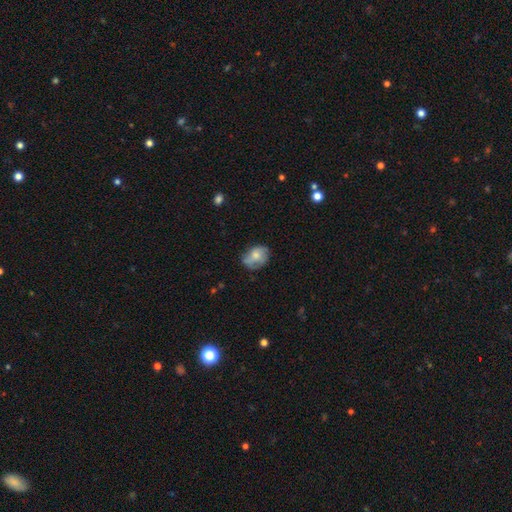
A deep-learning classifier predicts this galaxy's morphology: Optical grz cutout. It shows a smooth galaxy with no disk features (56%) that is in between round and cigar-shaped (60%). Merging: none (55%).